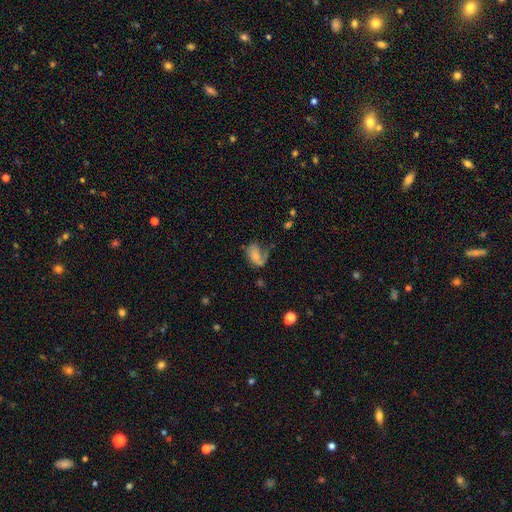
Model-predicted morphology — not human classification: Smooth or featured: featured or disk — 50% (smooth — 41%)
Merging: none — 37% (major disturbance — 34%)